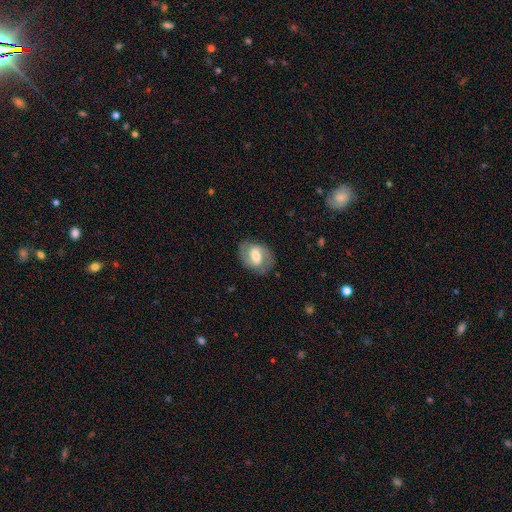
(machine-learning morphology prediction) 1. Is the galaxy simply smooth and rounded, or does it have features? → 58% featured or disk, 35% smooth, 7% star or artifact.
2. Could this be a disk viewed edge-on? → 96% no, 4% yes.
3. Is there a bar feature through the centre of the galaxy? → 48% weak, 30% strong, 22% no.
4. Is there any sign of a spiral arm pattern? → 76% yes, 24% no.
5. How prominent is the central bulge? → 55% moderate, 21% large, 19% small, 3% none, 2% dominant.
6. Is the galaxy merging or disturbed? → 78% none, 15% minor disturbance, 6% major disturbance, 1% merger.